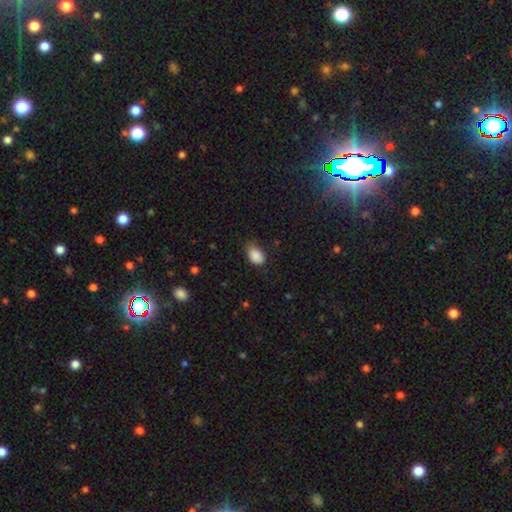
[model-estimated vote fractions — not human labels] Smooth or featured? Predicted: smooth (p=0.88). How rounded? Predicted: in between (p=0.85). Merging? Predicted: none (p=0.61).